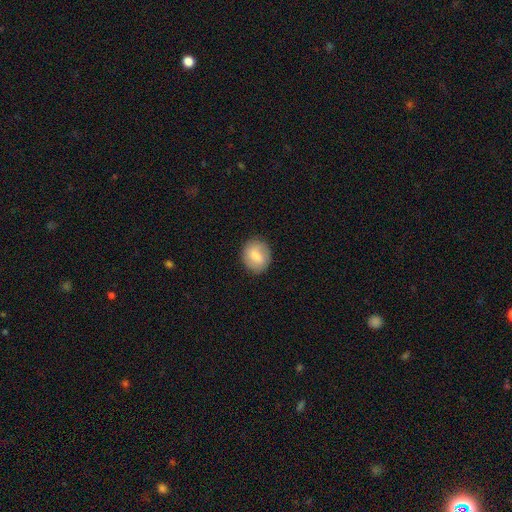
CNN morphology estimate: type=smooth (77%); roundness=round (61%); merging=none (84%).